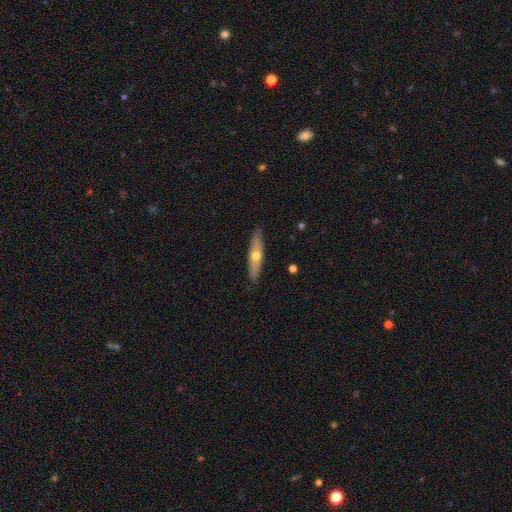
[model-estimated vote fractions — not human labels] The model was most divided on "smooth or featured" (2-way tie): smooth: 47%, featured or disk: 47%, star or artifact: 6%. More confident: merging — none (88%).